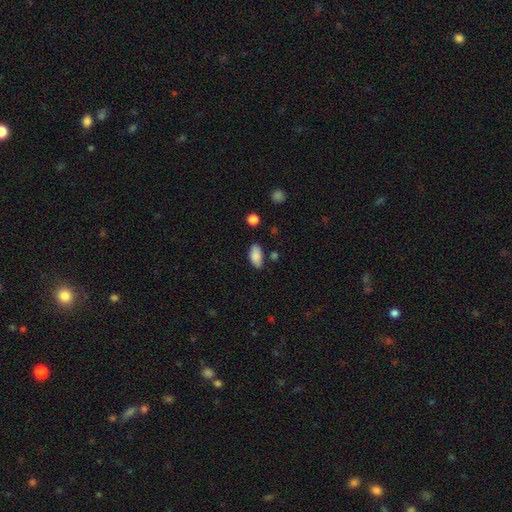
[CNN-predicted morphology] Smooth or featured? Predicted: smooth (p=0.88). How rounded? Predicted: in between (p=0.90). Merging? Predicted: none (p=0.77).